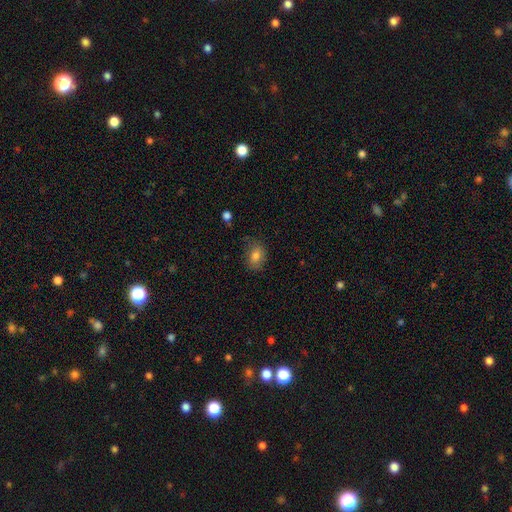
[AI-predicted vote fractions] Morphology: type=smooth (80%); roundness=in between (68%); merging=none (75%).